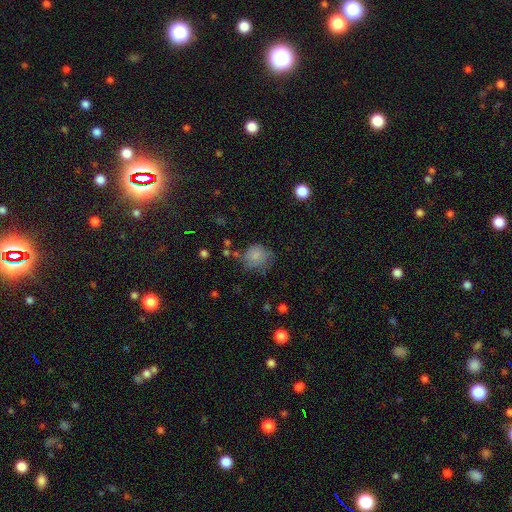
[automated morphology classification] Smooth or featured: smooth — 76% (featured or disk — 14%)
How rounded: round — 71% (in between — 28%)
Merging: none — 54% (minor disturbance — 29%)